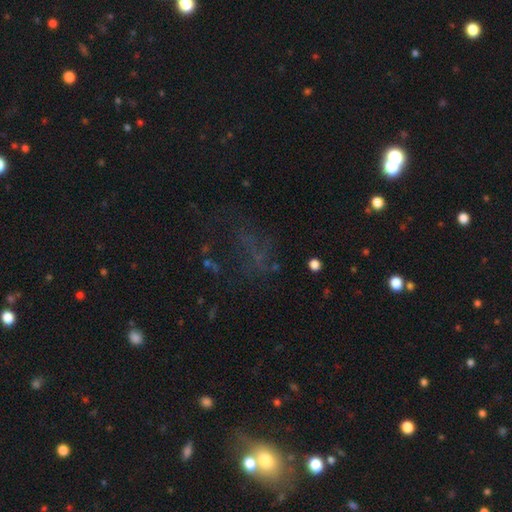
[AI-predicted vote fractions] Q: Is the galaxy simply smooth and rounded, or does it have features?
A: star or artifact — 44%.